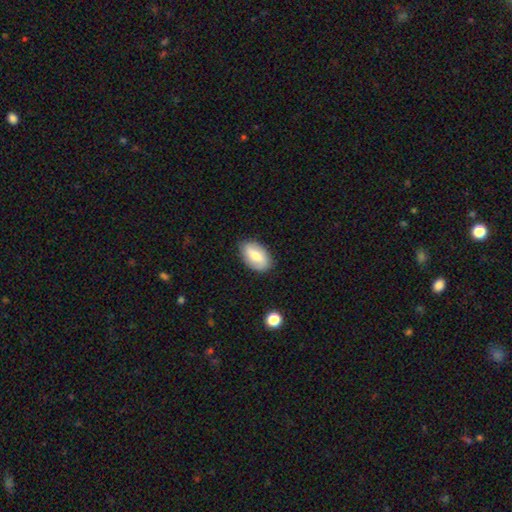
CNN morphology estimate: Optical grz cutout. It shows a smooth galaxy with no disk features (65%) that is in between round and cigar-shaped (93%). Merging: none (84%).